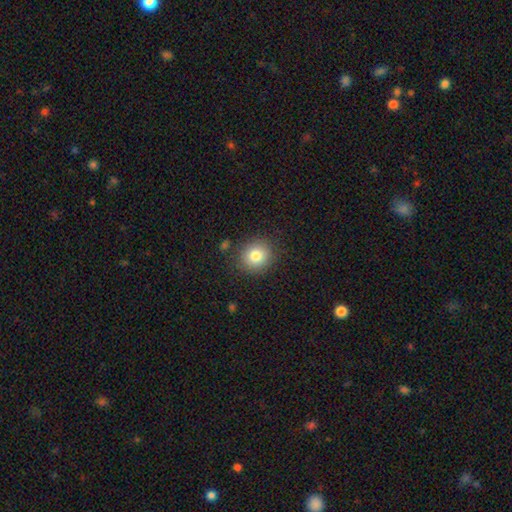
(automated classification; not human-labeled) smooth_or_featured: smooth (p=0.82) [alt: star or artifact p=0.10]
how_rounded: round (p=0.84) [alt: in between p=0.16]
merging: none (p=0.86) [alt: minor disturbance p=0.09]